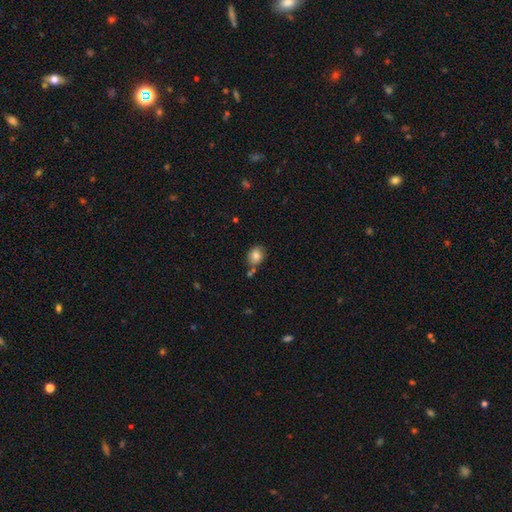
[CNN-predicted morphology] The model was most divided on "how rounded": round: 60%, in between: 39%, cigar-shaped: 1%. More confident: smooth or featured — smooth (79%); merging — none (64%).